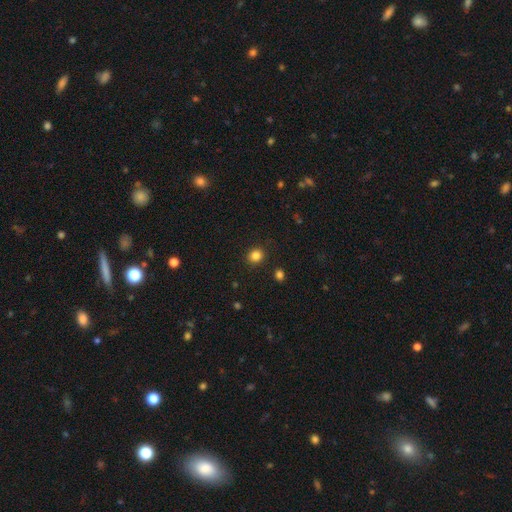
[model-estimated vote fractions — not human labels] Smooth or featured: smooth — 84% (star or artifact — 12%)
How rounded: round — 79% (in between — 20%)
Merging: none — 90% (minor disturbance — 7%)